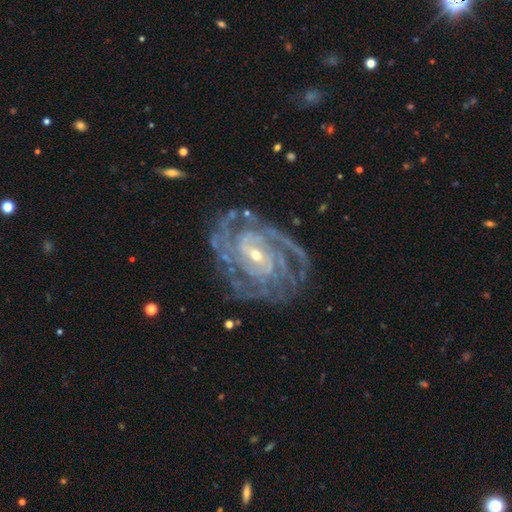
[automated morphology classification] Q: Smooth or featured?
A: featured or disk (92%); runner-up: star or artifact (5%)
Q: Edge-on disk?
A: no (97%); runner-up: yes (3%)
Q: Bar?
A: no (39%); runner-up: weak (38%)
Q: Spiral arms?
A: yes (98%); runner-up: no (2%)
Q: Spiral winding?
A: tight (75%); runner-up: medium (22%)
Q: Spiral arm count?
A: 2 (25%); runner-up: 3 (23%)
Q: Bulge size?
A: small (72%); runner-up: moderate (25%)
Q: Merging?
A: none (75%); runner-up: minor disturbance (17%)